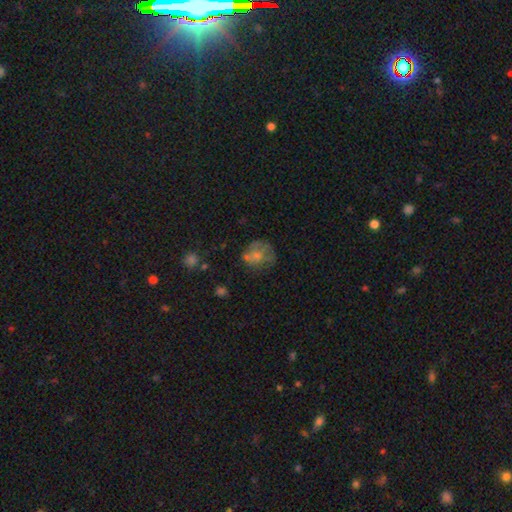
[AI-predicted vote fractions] A smooth galaxy with no disk features (53%) that is round (64%).

Vote fractions:
- Smooth or featured? smooth: 53% / featured or disk: 35% / star or artifact: 12%
- How rounded? round: 64% / in between: 35% / cigar-shaped: 1%
- Merging? none: 46% / minor disturbance: 25% / major disturbance: 23% / merger: 5%